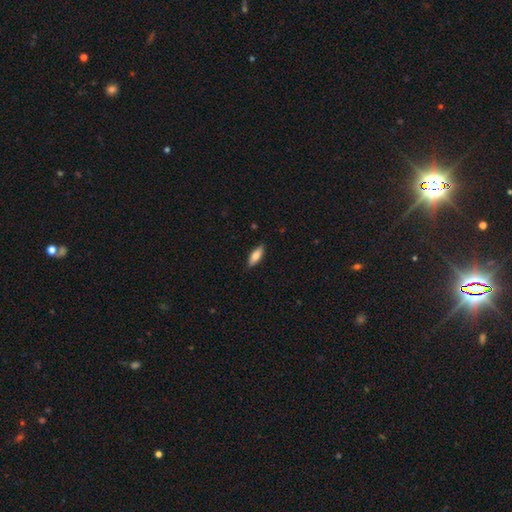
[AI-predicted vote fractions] Smooth or featured? smooth (75%)
How rounded? in between (65%)
Merging? none (86%)